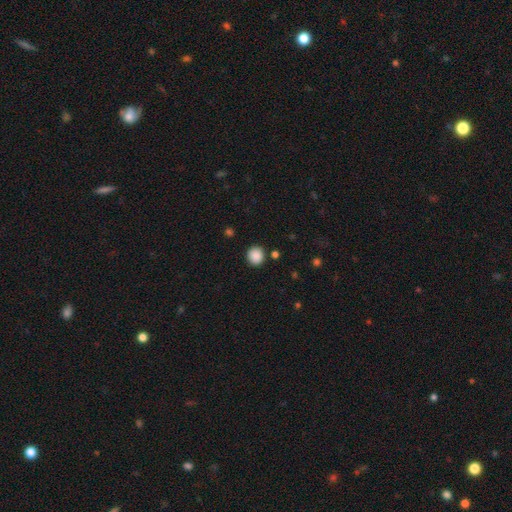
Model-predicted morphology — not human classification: Smooth or featured: smooth — 88% (star or artifact — 9%)
How rounded: round — 87% (in between — 12%)
Merging: none — 88% (minor disturbance — 7%)